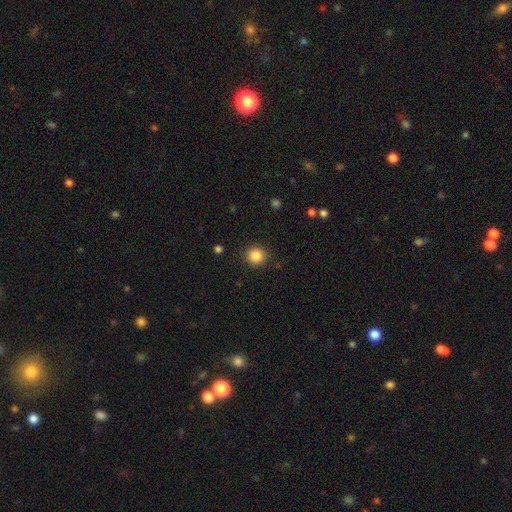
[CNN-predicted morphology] Q: Smooth or featured?
A: smooth (87%); runner-up: star or artifact (10%)
Q: How rounded?
A: round (92%); runner-up: in between (7%)
Q: Merging?
A: none (90%); runner-up: minor disturbance (6%)